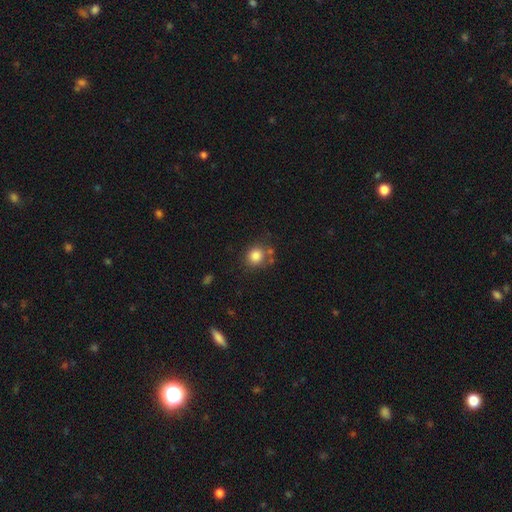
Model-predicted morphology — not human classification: The model was most divided on "merging": none: 68%, minor disturbance: 15%, merger: 11%, major disturbance: 5%. More confident: smooth or featured — smooth (83%); how rounded — round (81%).